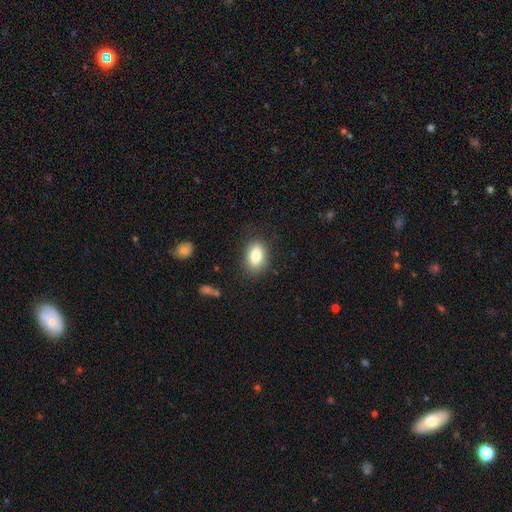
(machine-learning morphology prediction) Smooth or featured: smooth — 83% (featured or disk — 9%)
How rounded: in between — 84% (round — 14%)
Merging: none — 83% (minor disturbance — 13%)